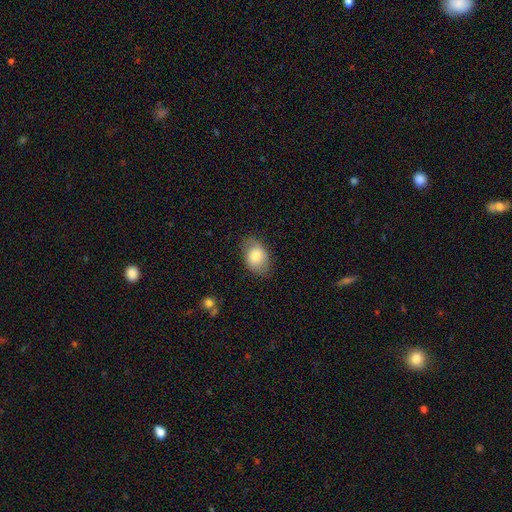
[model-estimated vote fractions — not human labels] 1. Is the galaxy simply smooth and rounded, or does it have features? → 77% smooth, 16% featured or disk, 7% star or artifact.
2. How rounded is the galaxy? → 81% in between, 18% round, 1% cigar-shaped.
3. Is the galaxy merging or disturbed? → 76% none, 18% minor disturbance, 5% major disturbance, 1% merger.